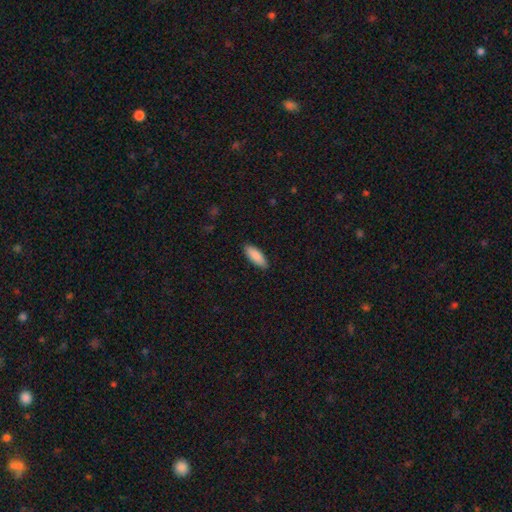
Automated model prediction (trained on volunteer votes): smooth 89%, star or artifact 6%, featured or disk 6%. Down the decision tree: how rounded — in between (68%); merging — none (89%).